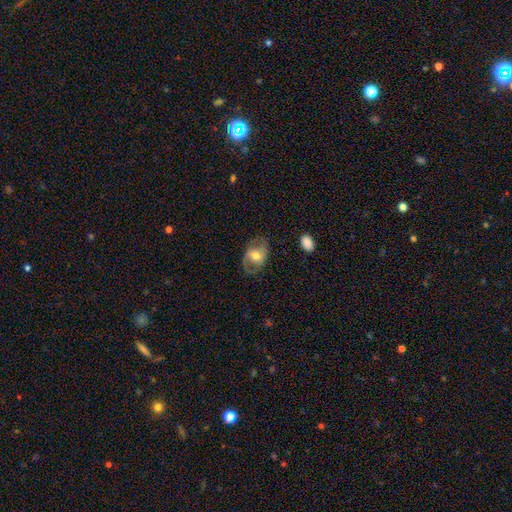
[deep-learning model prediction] Smooth or featured?
  - smooth: 47% *
  - featured or disk: 46%
  - star or artifact: 7%
Merging?
  - none: 70% *
  - minor disturbance: 18%
  - major disturbance: 11%
  - merger: 1%